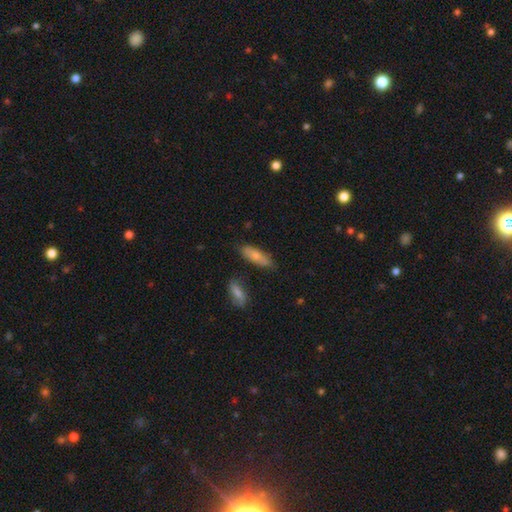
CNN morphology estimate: Q: Smooth or featured?
A: smooth (75%); runner-up: featured or disk (18%)
Q: How rounded?
A: in between (55%); runner-up: cigar-shaped (43%)
Q: Merging?
A: none (69%); runner-up: minor disturbance (21%)